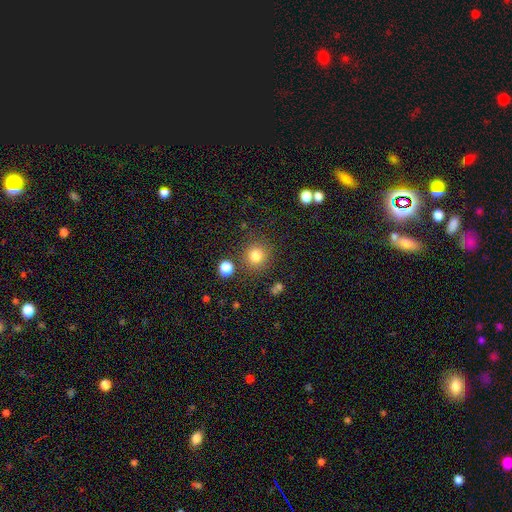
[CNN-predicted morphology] A smooth galaxy with no disk features (81%) that is round (91%).

Vote fractions:
- Smooth or featured? smooth: 81% / star or artifact: 13% / featured or disk: 6%
- How rounded? round: 91% / in between: 8% / cigar-shaped: 1%
- Merging? none: 83% / minor disturbance: 8% / merger: 5% / major disturbance: 3%